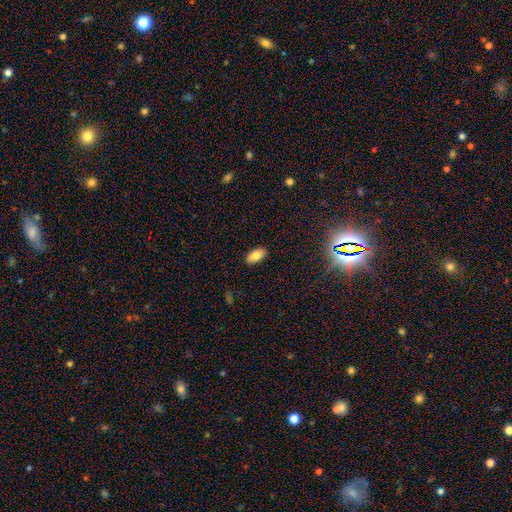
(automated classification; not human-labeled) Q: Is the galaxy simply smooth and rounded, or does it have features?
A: smooth — 83%.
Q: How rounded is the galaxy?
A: in between — 92%.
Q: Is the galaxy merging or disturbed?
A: none — 88%.